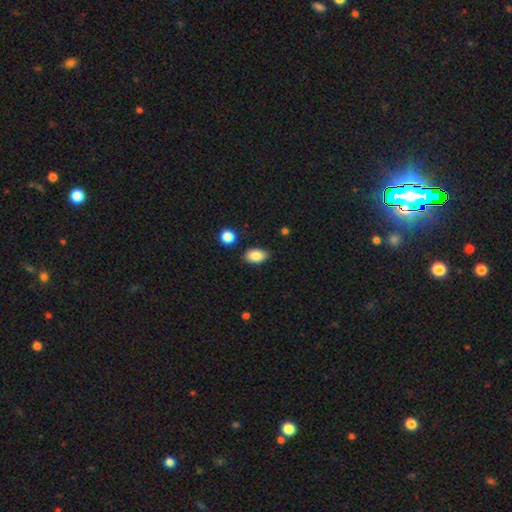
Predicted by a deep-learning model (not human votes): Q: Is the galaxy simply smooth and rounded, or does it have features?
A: smooth — 86%.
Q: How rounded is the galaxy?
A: in between — 88%.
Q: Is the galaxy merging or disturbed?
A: none — 83%.